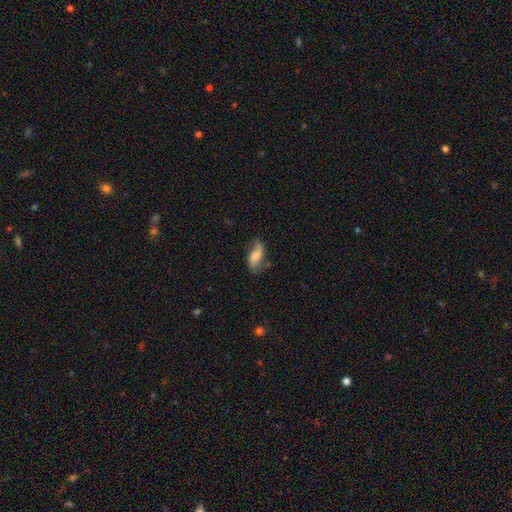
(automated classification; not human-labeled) smooth 56%, featured or disk 36%, star or artifact 8%. Down the decision tree: how rounded — in between (87%); merging — none (55%).